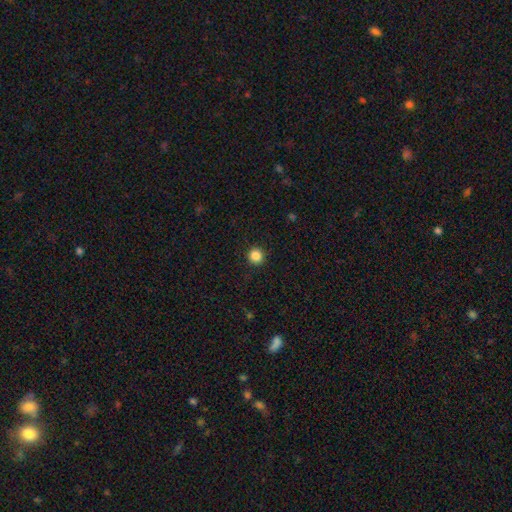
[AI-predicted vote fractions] Smooth or featured? Predicted: smooth (p=0.86). How rounded? Predicted: round (p=0.94). Merging? Predicted: none (p=0.93).